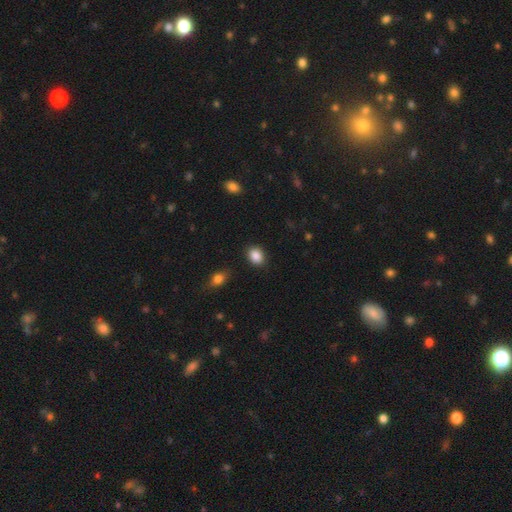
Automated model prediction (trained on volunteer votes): smooth 88%, star or artifact 8%, featured or disk 4%. Down the decision tree: how rounded — in between (58%); merging — none (87%).